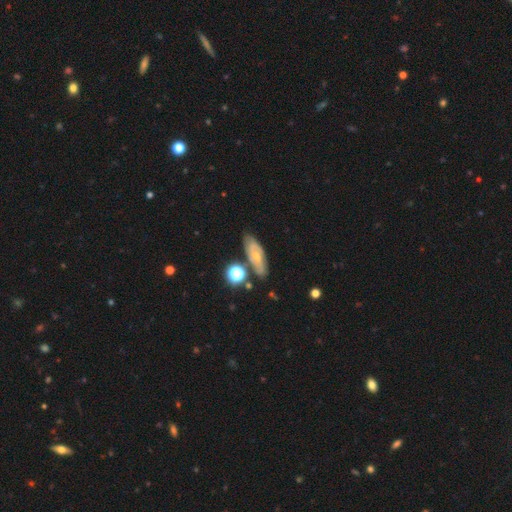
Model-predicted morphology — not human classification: This is possibly a featured or disk galaxy (60%). It is clearly not viewed edge-on (84%). Bar: likely no (63%). Spiral arm pattern: likely yes (78%). Central bulge: likely small (65%). Merging: likely none (72%).